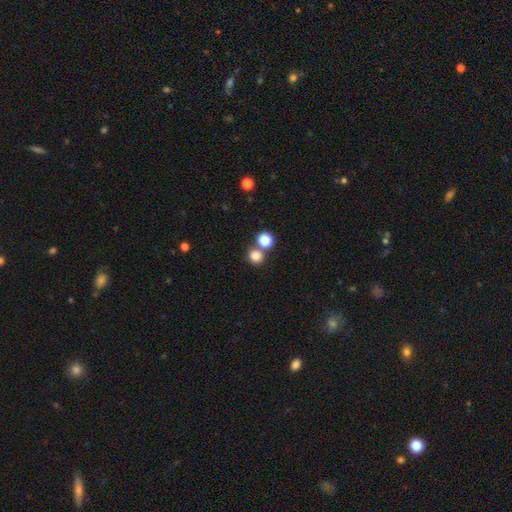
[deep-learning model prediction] Overall: smooth (81%). How rounded: round (88%). Merging: none (64%; merger 26%).